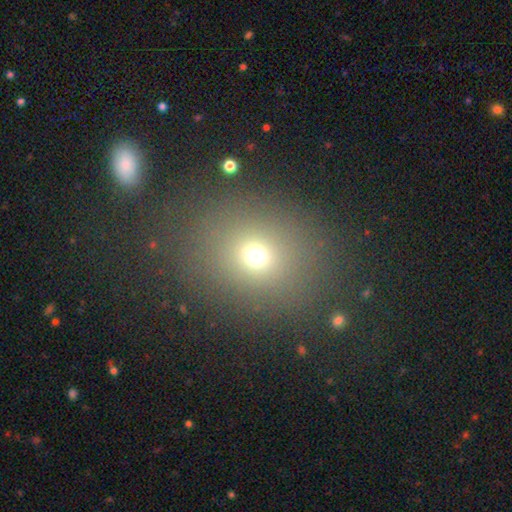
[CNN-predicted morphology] smooth 69%, star or artifact 21%, featured or disk 10%. Down the decision tree: how rounded — round (59%); merging — none (81%).